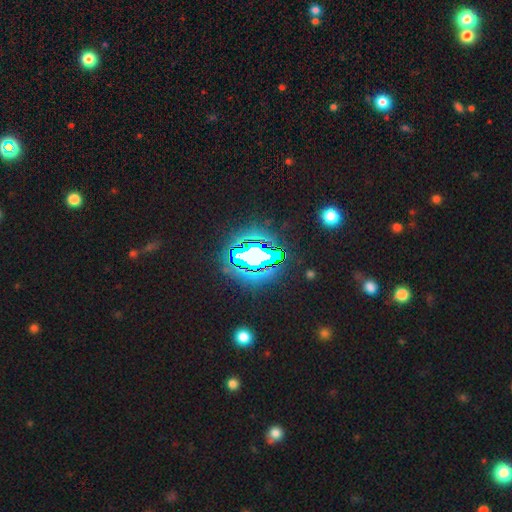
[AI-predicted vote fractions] smooth_or_featured: star or artifact (p=0.73) [alt: smooth p=0.14]